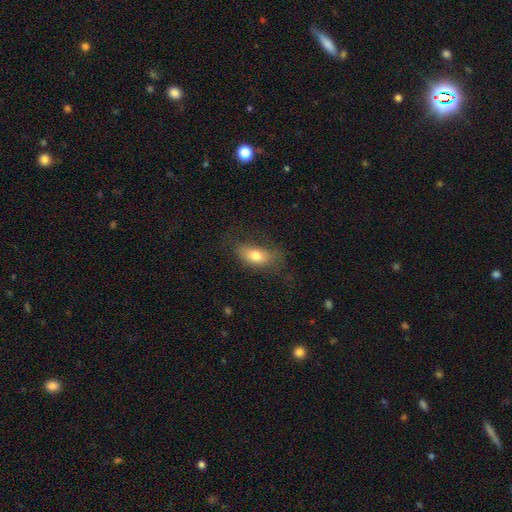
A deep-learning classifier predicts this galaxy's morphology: Smooth or featured?
  - smooth: 75% *
  - featured or disk: 16%
  - star or artifact: 8%
How rounded?
  - in between: 86% *
  - cigar-shaped: 8%
  - round: 5%
Merging?
  - none: 61% *
  - minor disturbance: 24%
  - major disturbance: 13%
  - merger: 2%